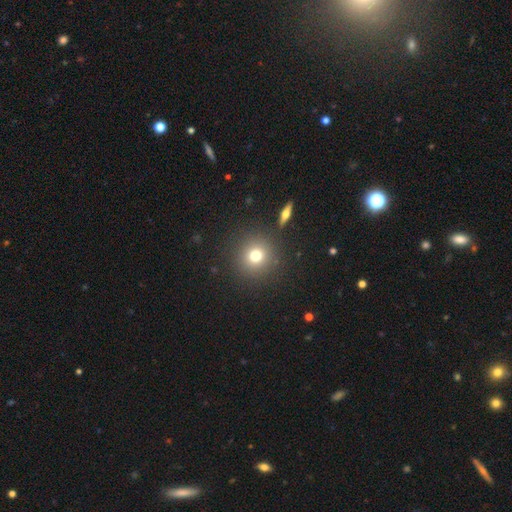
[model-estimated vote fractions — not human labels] Q: Smooth or featured?
A: smooth (74%); runner-up: star or artifact (15%)
Q: How rounded?
A: round (93%); runner-up: in between (6%)
Q: Merging?
A: none (88%); runner-up: minor disturbance (6%)